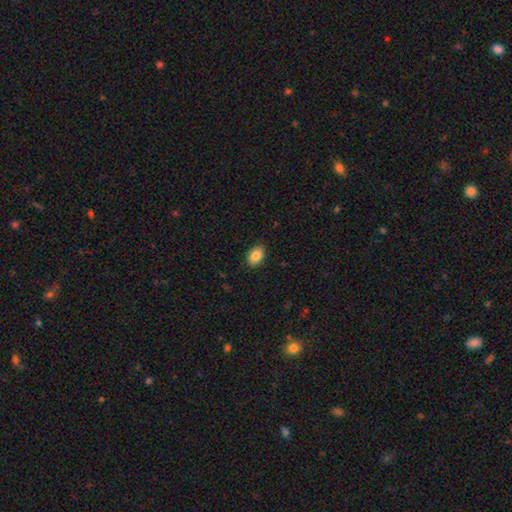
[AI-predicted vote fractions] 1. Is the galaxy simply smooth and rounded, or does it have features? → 86% smooth, 8% star or artifact, 6% featured or disk.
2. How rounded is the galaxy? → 82% in between, 17% round, 1% cigar-shaped.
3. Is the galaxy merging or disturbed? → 88% none, 9% minor disturbance, 2% major disturbance, 1% merger.